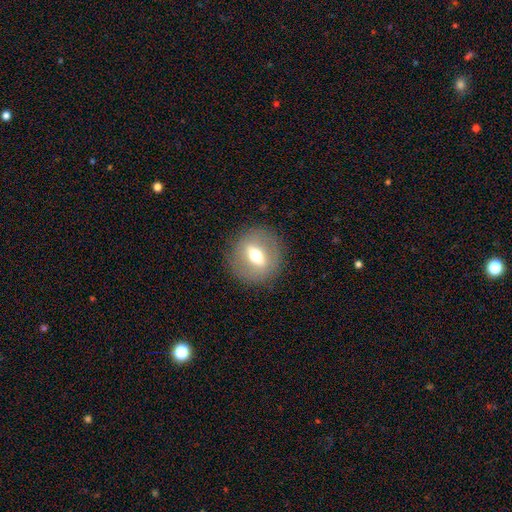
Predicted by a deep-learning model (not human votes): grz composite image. It shows a featured or disk galaxy (48%). Merging: none (86%).